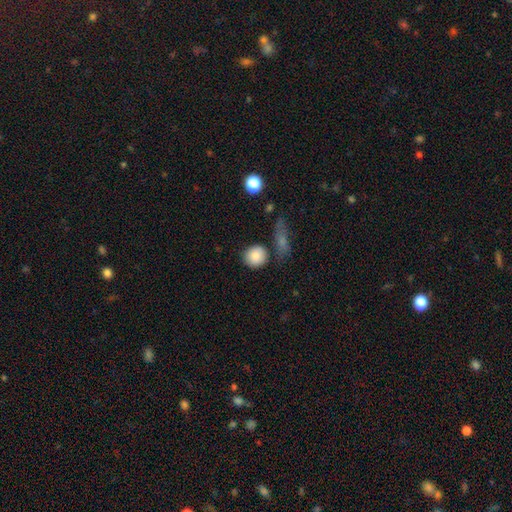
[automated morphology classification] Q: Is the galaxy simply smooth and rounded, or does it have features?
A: smooth — 86%.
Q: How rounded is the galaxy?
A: round — 88%.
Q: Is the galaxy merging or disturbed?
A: none — 76%.